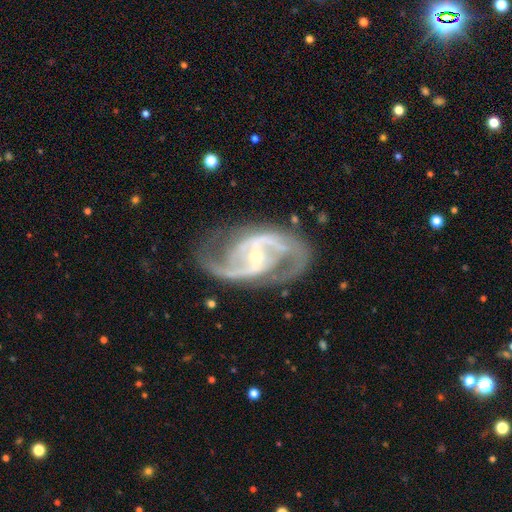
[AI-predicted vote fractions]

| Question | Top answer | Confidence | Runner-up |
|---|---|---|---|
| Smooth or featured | featured or disk | 92% | star or artifact (5%) |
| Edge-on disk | no | 97% | yes (3%) |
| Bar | strong | 40% | weak (36%) |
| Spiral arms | yes | 97% | no (3%) |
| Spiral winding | medium | 57% | loose (27%) |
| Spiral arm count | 2 | 90% | 3 (3%) |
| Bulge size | small | 69% | moderate (27%) |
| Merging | none | 74% | minor disturbance (15%) |